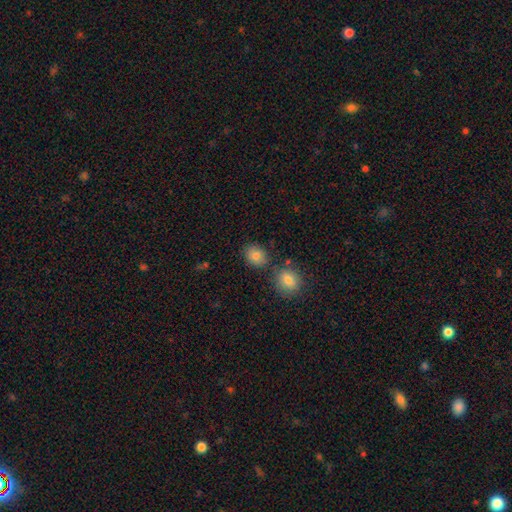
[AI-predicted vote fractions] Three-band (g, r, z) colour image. It shows a smooth galaxy with no disk features (83%) that is round (51%). Merging: none (75%).